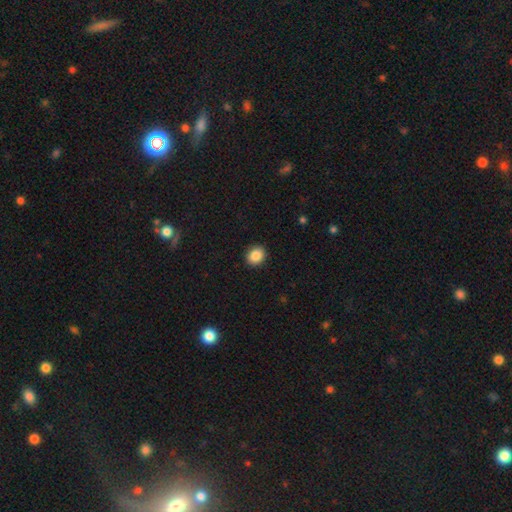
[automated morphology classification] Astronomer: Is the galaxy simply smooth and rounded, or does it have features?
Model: smooth — 88%.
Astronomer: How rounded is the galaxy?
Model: round — 72%.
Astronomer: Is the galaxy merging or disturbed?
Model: none — 91%.